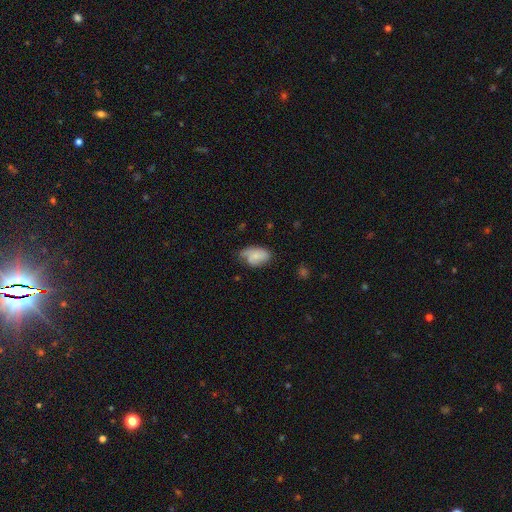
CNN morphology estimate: smooth 68%, featured or disk 24%, star or artifact 8%. Down the decision tree: how rounded — in between (90%); merging — none (42%).